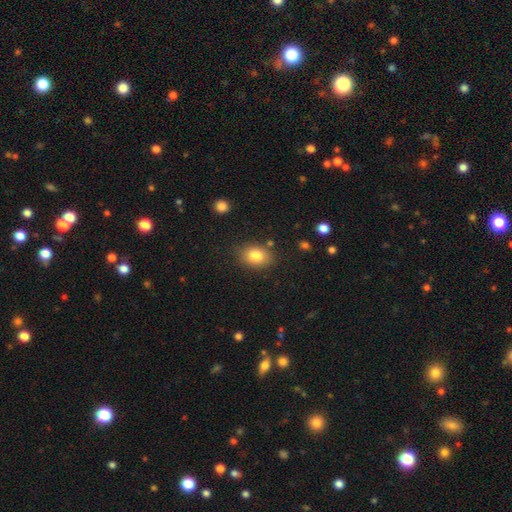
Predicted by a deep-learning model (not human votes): Q: Smooth or featured?
A: smooth (82%); runner-up: star or artifact (9%)
Q: How rounded?
A: in between (69%); runner-up: round (30%)
Q: Merging?
A: none (82%); runner-up: minor disturbance (12%)